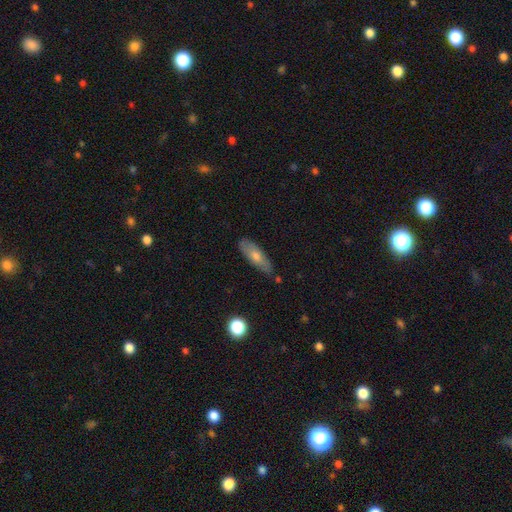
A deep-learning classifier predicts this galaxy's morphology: A smooth galaxy with no disk features (61%) that is in between round and cigar-shaped (53%). Merging: none (80%).